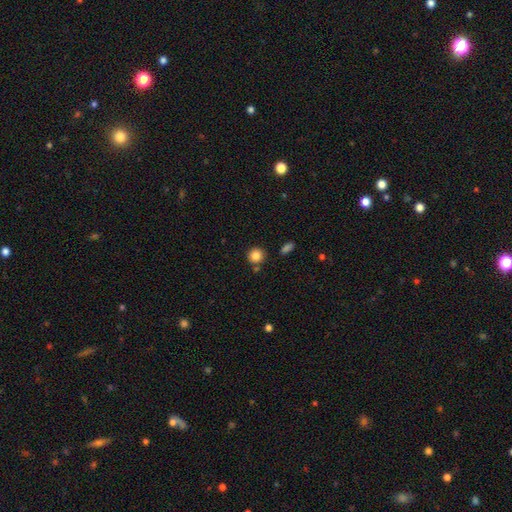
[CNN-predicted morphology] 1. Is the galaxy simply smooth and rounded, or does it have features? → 84% smooth, 10% star or artifact, 6% featured or disk.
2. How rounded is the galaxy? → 91% round, 8% in between, 1% cigar-shaped.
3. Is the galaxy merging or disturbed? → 81% none, 9% minor disturbance, 7% merger, 3% major disturbance.